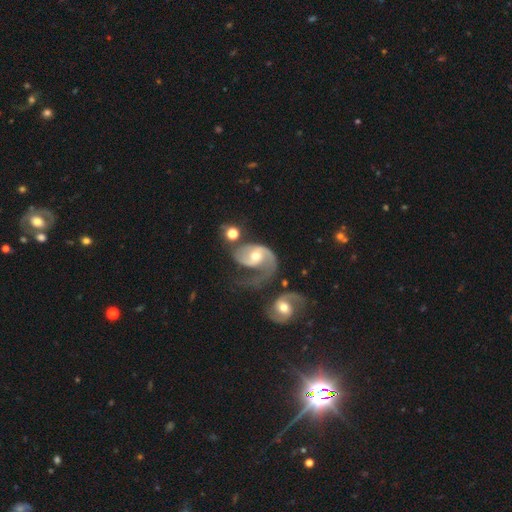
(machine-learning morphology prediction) smooth_or_featured: featured or disk (p=0.84) [alt: smooth p=0.11]
disk_edge_on: no (p=0.97) [alt: yes p=0.03]
bar: no (p=0.52) [alt: weak p=0.36]
has_spiral_arms: yes (p=0.94) [alt: no p=0.06]
spiral_winding: medium (p=0.46) [alt: loose p=0.37]
spiral_arm_count: 2 (p=0.66) [alt: 1 p=0.26]
bulge_size: moderate (p=0.70) [alt: small p=0.22]
merging: major disturbance (p=0.29) [alt: none p=0.28]